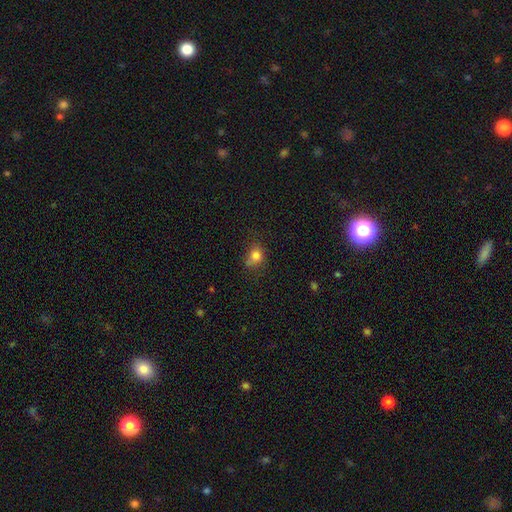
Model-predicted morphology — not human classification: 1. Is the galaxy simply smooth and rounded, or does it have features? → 79% smooth, 12% star or artifact, 9% featured or disk.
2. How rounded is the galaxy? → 58% round, 41% in between, 1% cigar-shaped.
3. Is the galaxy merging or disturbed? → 54% none, 29% minor disturbance, 11% major disturbance, 6% merger.